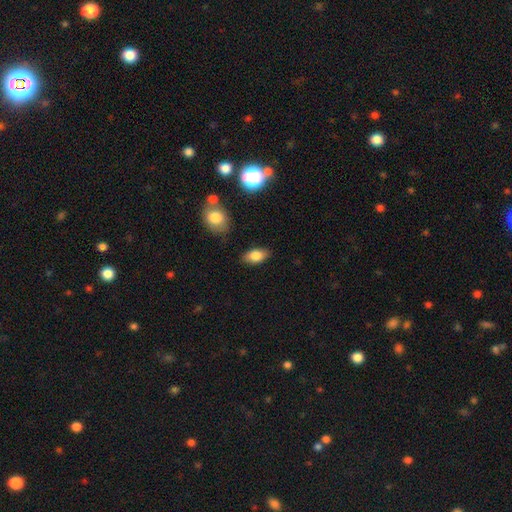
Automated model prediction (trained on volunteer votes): smooth-or-featured: smooth: 81% | featured or disk: 10% | star or artifact: 9%
  how-rounded: in between: 90% | round: 6% | cigar-shaped: 4%
  merging: none: 84% | minor disturbance: 11% | major disturbance: 3% | merger: 2%